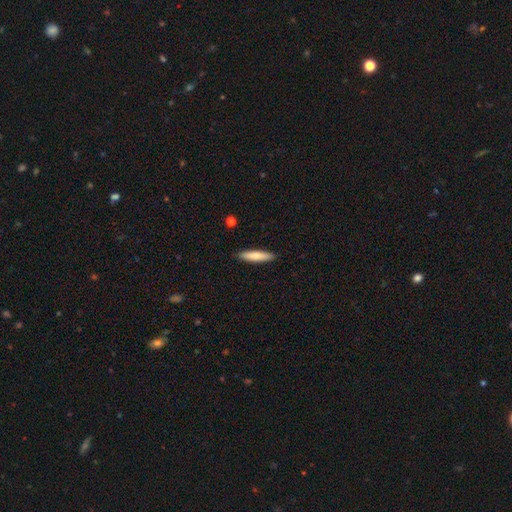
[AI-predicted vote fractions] Smooth or featured? smooth (78%)
How rounded? cigar-shaped (84%)
Merging? none (90%)